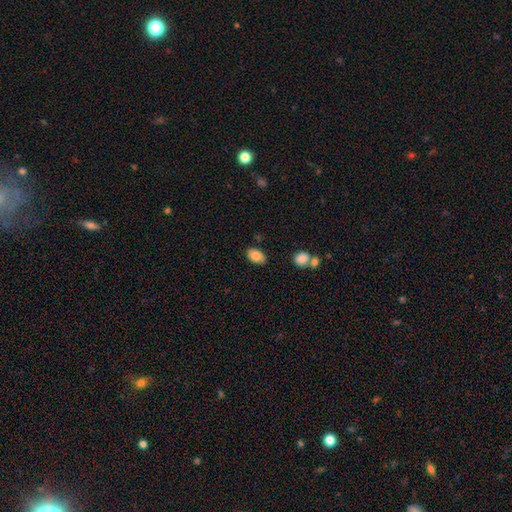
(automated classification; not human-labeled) Smooth or featured: smooth — 83% (featured or disk — 9%)
How rounded: in between — 89% (round — 10%)
Merging: none — 80% (minor disturbance — 13%)